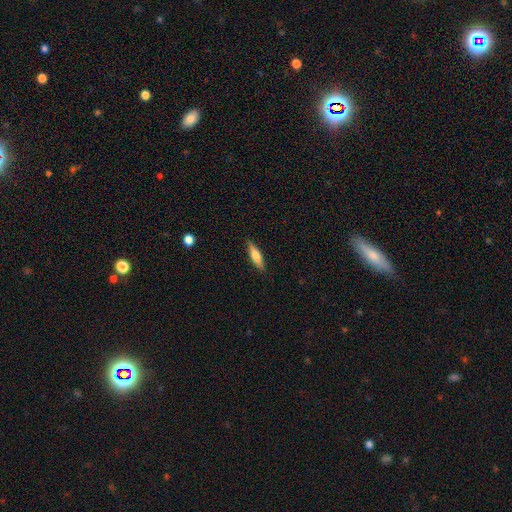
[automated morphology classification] Overall: smooth (59%; featured or disk 35%). How rounded: cigar-shaped (72%). Merging: none (88%).